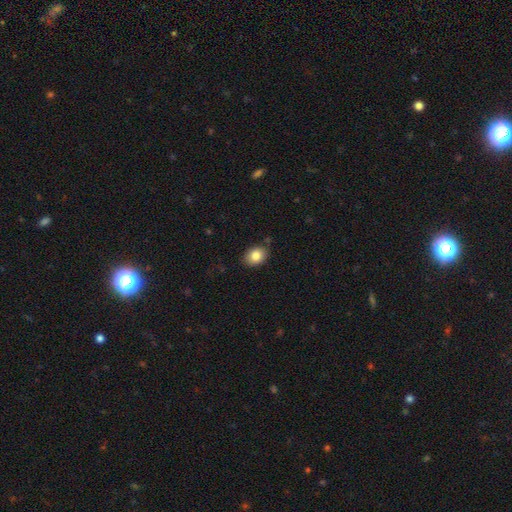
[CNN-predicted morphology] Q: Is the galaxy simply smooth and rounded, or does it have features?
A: smooth — 84%.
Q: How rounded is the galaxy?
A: in between — 70%.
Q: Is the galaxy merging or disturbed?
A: none — 78%.